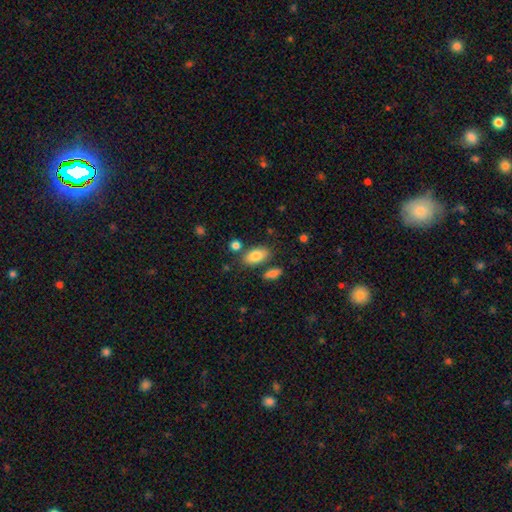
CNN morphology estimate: Smooth or featured? smooth (83%)
How rounded? in between (90%)
Merging? none (73%)